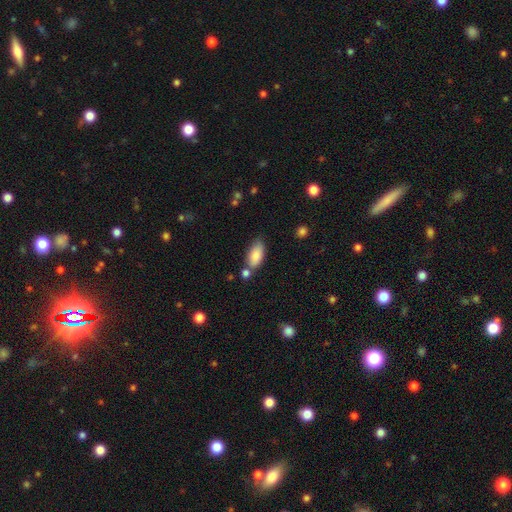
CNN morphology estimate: smooth 85%, featured or disk 8%, star or artifact 7%. Down the decision tree: how rounded — in between (89%); merging — none (65%).